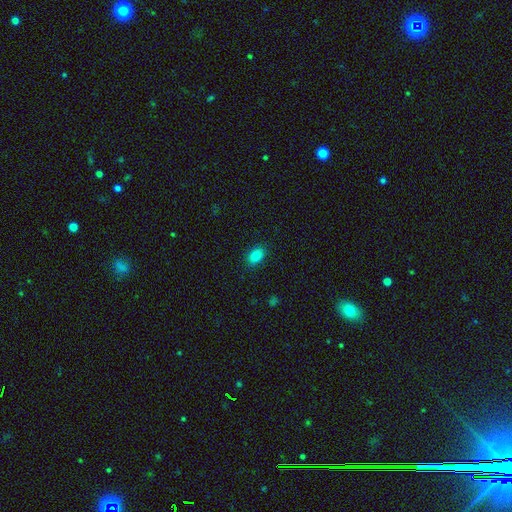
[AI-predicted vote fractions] Smooth or featured? Predicted: smooth (p=0.84). How rounded? Predicted: in between (p=0.84). Merging? Predicted: none (p=0.88).